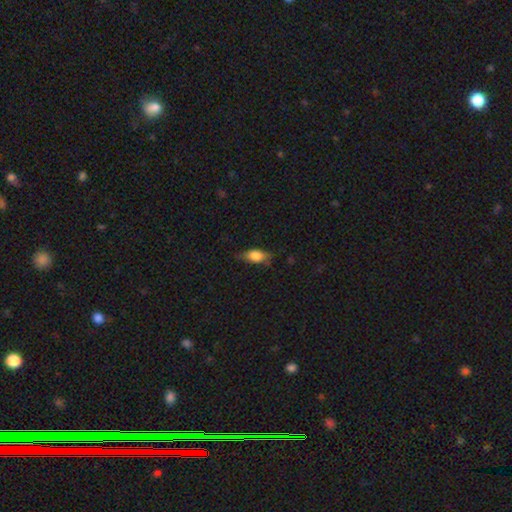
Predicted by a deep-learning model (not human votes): Overall: smooth (73%). How rounded: in between (81%). Merging: none (62%; minor disturbance 28%).